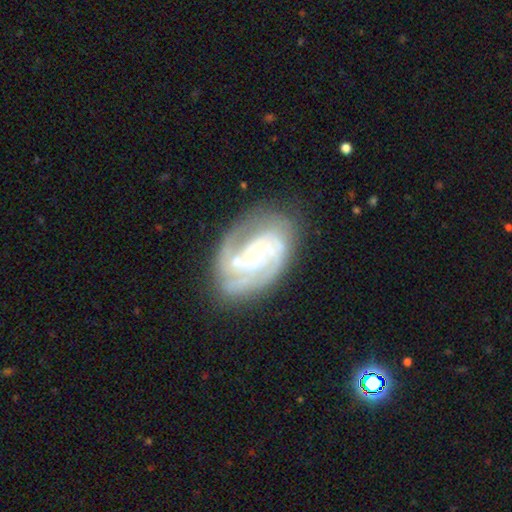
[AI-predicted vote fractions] Smooth or featured?
  - featured or disk: 86% *
  - smooth: 8%
  - star or artifact: 6%
Edge-on disk?
  - no: 97% *
  - yes: 3%
Bar?
  - no: 68% *
  - weak: 25%
  - strong: 8%
Spiral arms?
  - yes: 95% *
  - no: 5%
Spiral winding?
  - tight: 61% *
  - medium: 32%
  - loose: 7%
Spiral arm count?
  - 2: 34% *
  - 3: 30%
  - can't tell: 20%
  - 4: 7%
  - 1: 5%
  - more than 4: 4%
Bulge size?
  - small: 67% *
  - moderate: 29%
  - large: 2%
  - none: 2%
  - dominant: 1%
Merging?
  - none: 65% *
  - minor disturbance: 20%
  - major disturbance: 10%
  - merger: 5%